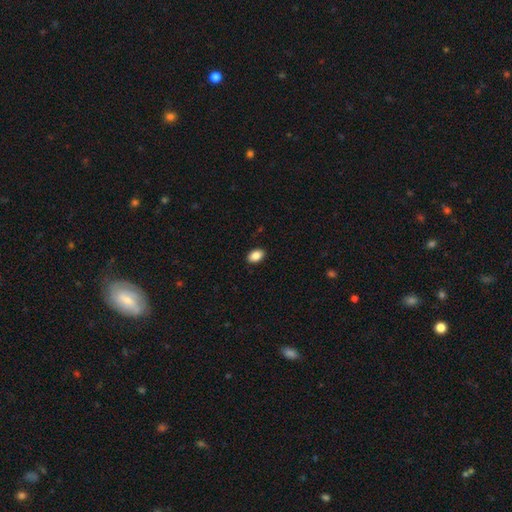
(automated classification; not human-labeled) Smooth or featured? Predicted: smooth (p=0.87). How rounded? Predicted: in between (p=0.87). Merging? Predicted: none (p=0.90).